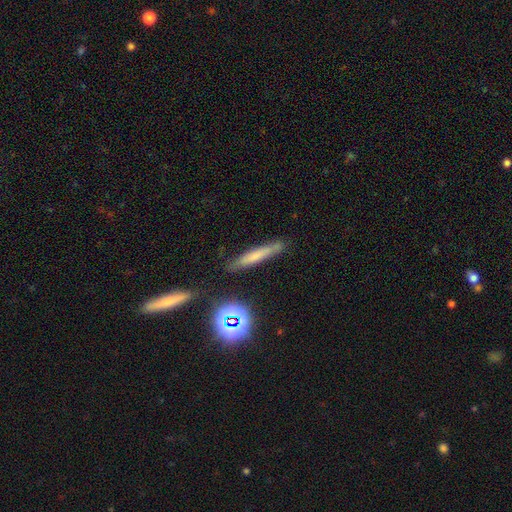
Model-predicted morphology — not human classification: smooth 60%, featured or disk 25%, star or artifact 15%. Down the decision tree: how rounded — cigar-shaped (89%); merging — none (81%).